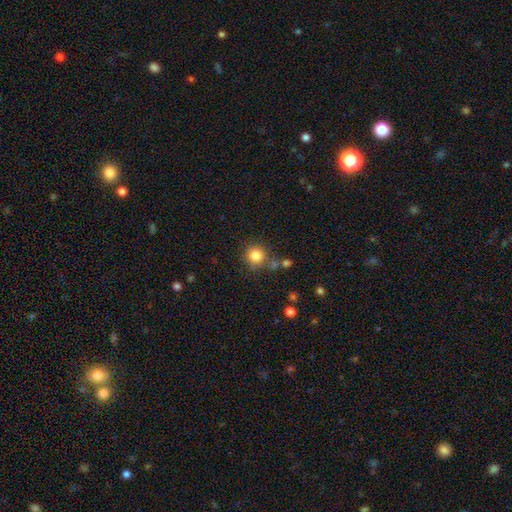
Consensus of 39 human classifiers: A smooth galaxy with no disk features (90%) that is round (100%). Merging: none (89%).